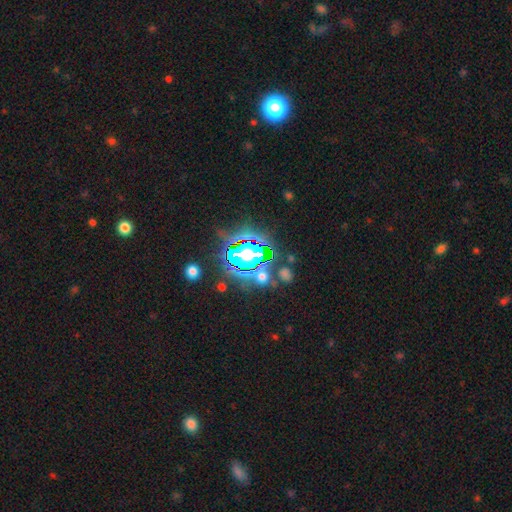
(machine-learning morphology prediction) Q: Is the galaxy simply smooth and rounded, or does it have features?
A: star or artifact — 74%.